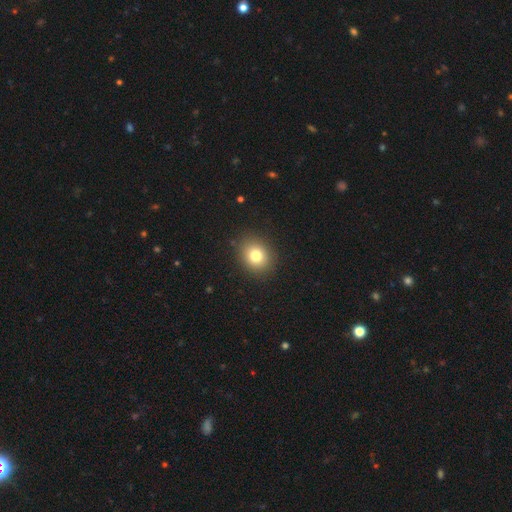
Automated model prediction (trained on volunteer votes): Smooth or featured? Predicted: smooth (p=0.79). How rounded? Predicted: round (p=0.65). Merging? Predicted: none (p=0.88).